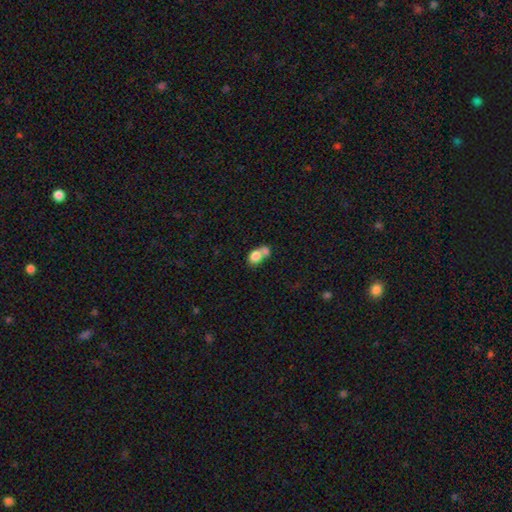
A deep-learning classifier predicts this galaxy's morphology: A smooth galaxy with no disk features (78%) that is in between round and cigar-shaped (59%). Merging: merger (62%).